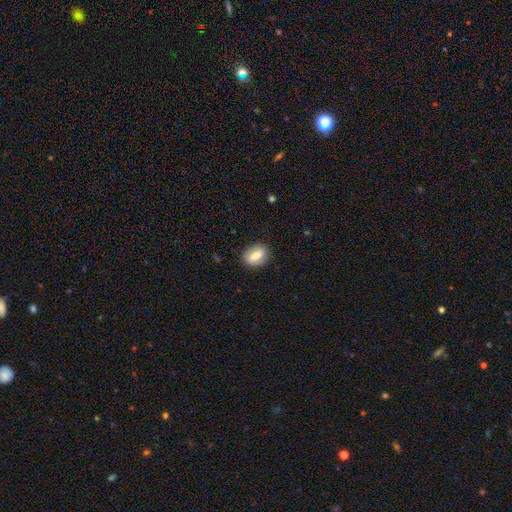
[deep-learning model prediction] smooth-or-featured: smooth: 74% | featured or disk: 19% | star or artifact: 7%
  how-rounded: in between: 74% | round: 24% | cigar-shaped: 2%
  merging: none: 85% | minor disturbance: 12% | major disturbance: 3% | merger: 1%